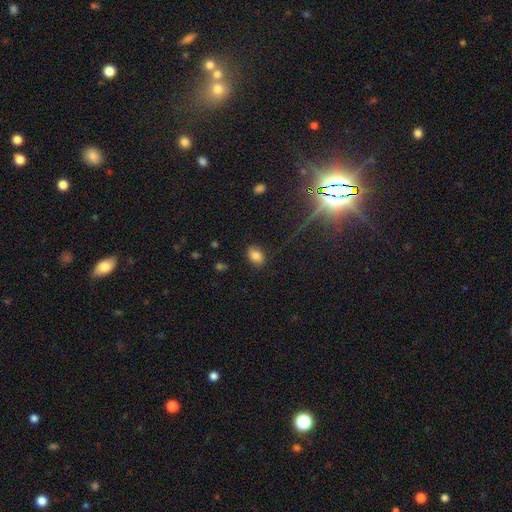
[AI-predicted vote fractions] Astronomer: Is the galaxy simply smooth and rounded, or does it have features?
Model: smooth — 79%.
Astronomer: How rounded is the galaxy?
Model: in between — 81%.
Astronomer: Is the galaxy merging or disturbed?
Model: none — 81%.